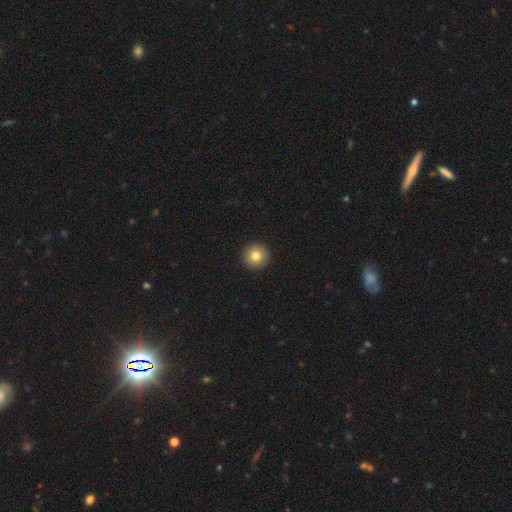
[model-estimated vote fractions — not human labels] Smooth or featured: smooth — 80% (star or artifact — 10%)
How rounded: round — 96% (in between — 3%)
Merging: none — 94% (minor disturbance — 4%)